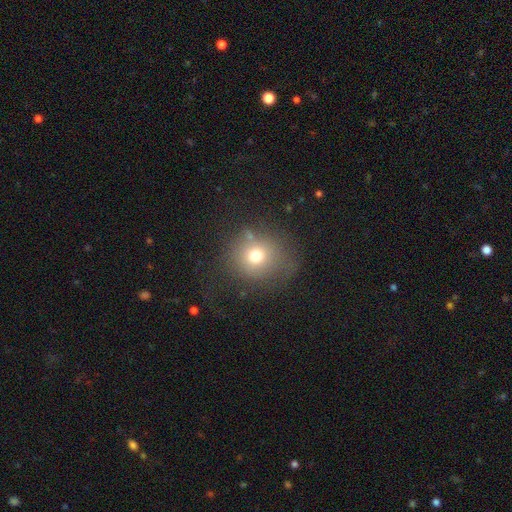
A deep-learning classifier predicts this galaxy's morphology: Smooth or featured: smooth — 70% (star or artifact — 16%)
How rounded: round — 83% (in between — 16%)
Merging: none — 67% (minor disturbance — 18%)